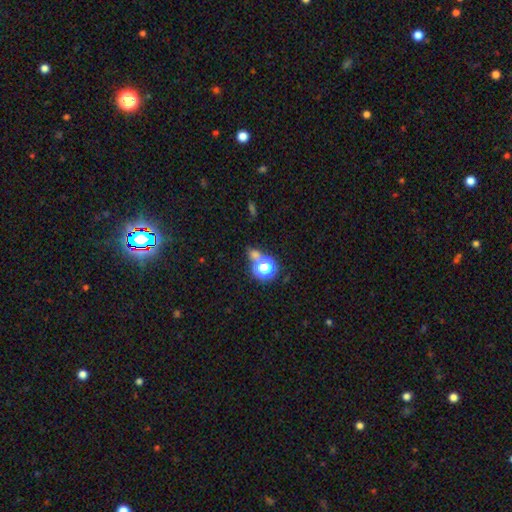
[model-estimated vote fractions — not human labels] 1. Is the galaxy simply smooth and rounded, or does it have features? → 51% smooth, 41% star or artifact, 8% featured or disk.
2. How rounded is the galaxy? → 80% round, 18% in between, 3% cigar-shaped.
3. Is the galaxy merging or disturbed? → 63% none, 23% merger, 9% minor disturbance, 5% major disturbance.